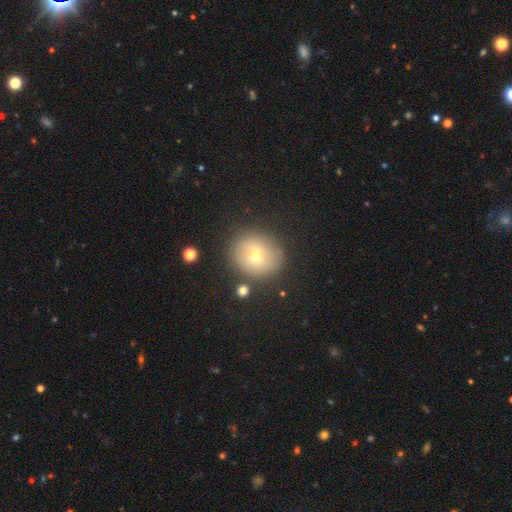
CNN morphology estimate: Smooth or featured: smooth — 64% (featured or disk — 24%)
How rounded: round — 80% (in between — 19%)
Merging: none — 83% (minor disturbance — 10%)